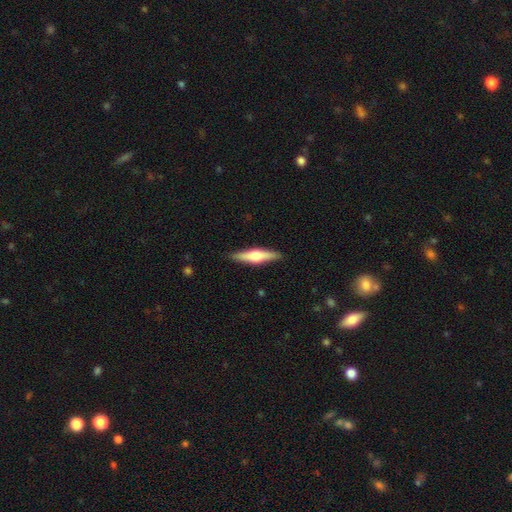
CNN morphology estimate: A featured or disk galaxy (55%) viewed edge-on (96%) with a rounded central bulge (90%).

Vote fractions:
- Smooth or featured? featured or disk: 55% / smooth: 40% / star or artifact: 5%
- Edge-on disk? yes: 96% / no: 4%
- Edge-on bulge? rounded: 90% / boxy: 6% / none: 3%
- Merging? none: 90% / minor disturbance: 8% / major disturbance: 2% / merger: 1%